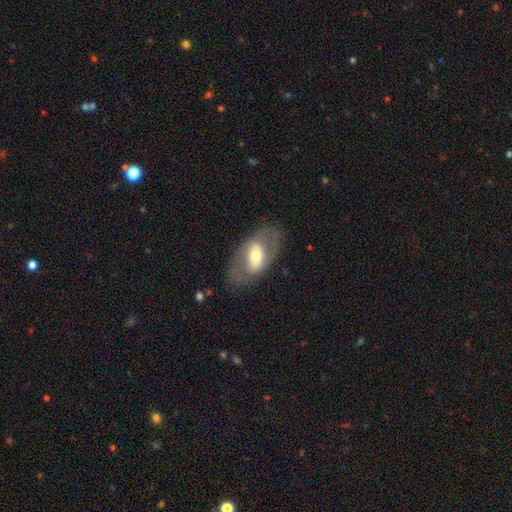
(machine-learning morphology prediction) smooth-or-featured: featured or disk: 55% | smooth: 39% | star or artifact: 6%
  disk-edge-on: no: 86% | yes: 14%
  merging: none: 76% | minor disturbance: 14% | major disturbance: 9% | merger: 1%